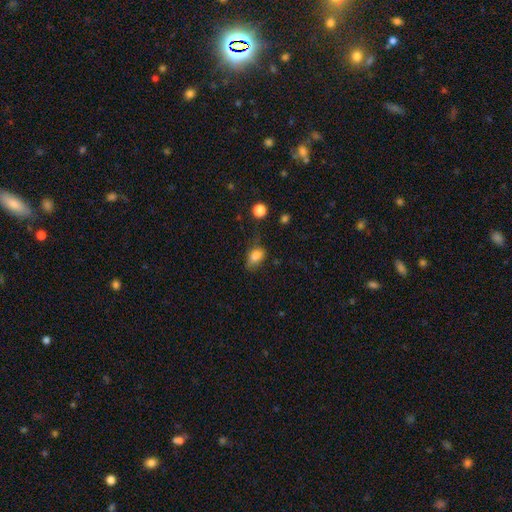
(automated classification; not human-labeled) Smooth or featured: smooth — 80% (star or artifact — 10%)
How rounded: in between — 82% (round — 15%)
Merging: none — 52% (minor disturbance — 32%)